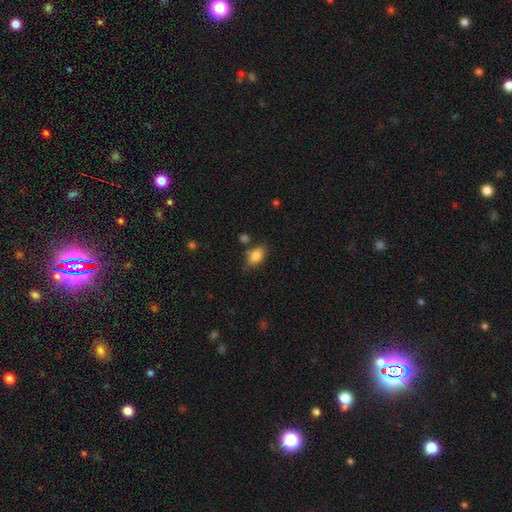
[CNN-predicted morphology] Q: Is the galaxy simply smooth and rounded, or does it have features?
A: smooth — 85%.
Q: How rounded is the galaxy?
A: in between — 89%.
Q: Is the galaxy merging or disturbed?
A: none — 73%.